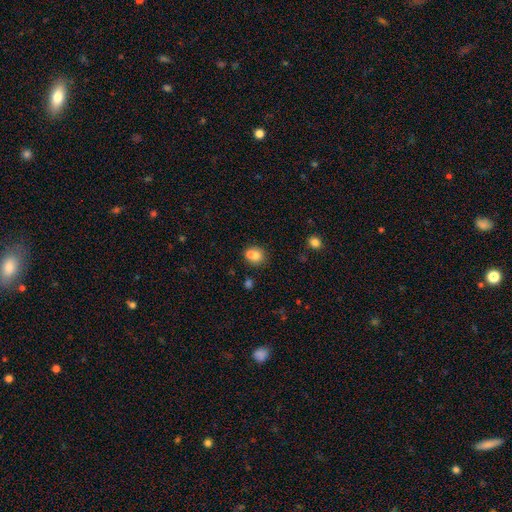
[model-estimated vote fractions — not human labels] A smooth galaxy with no disk features (72%) that is round (74%).

Vote fractions:
- Smooth or featured? smooth: 72% / featured or disk: 17% / star or artifact: 11%
- How rounded? round: 74% / in between: 25% / cigar-shaped: 1%
- Merging? merger: 50% / none: 39% / minor disturbance: 8% / major disturbance: 3%